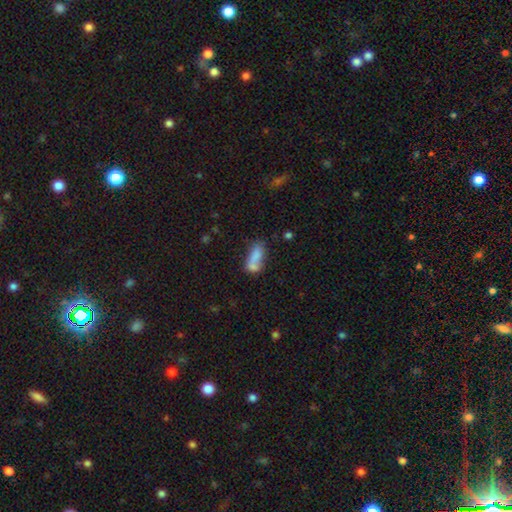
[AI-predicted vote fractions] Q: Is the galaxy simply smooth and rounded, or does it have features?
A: smooth — 72%.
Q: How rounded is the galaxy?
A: in between — 76%.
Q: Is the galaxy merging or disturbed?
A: merger — 38%.